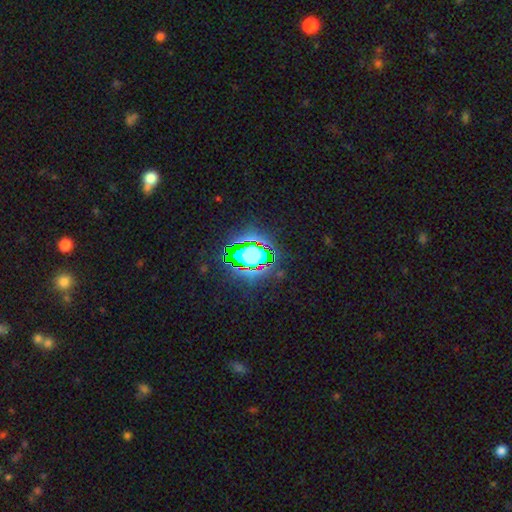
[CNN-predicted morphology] Smooth or featured?
  - star or artifact: 62% *
  - smooth: 24%
  - featured or disk: 14%